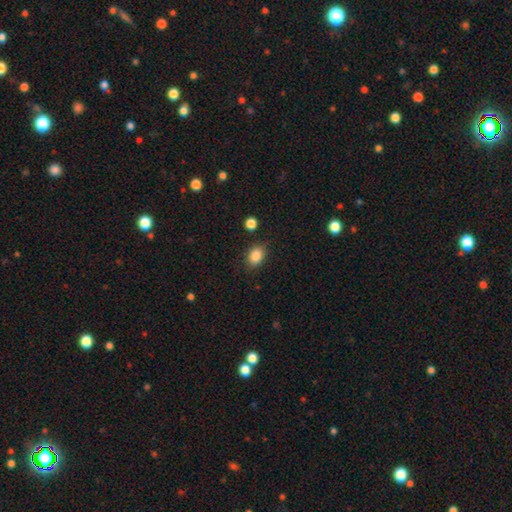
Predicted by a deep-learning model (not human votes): The model was most divided on "how rounded": in between: 62%, round: 37%, cigar-shaped: 1%. More confident: smooth or featured — smooth (86%); merging — none (82%).